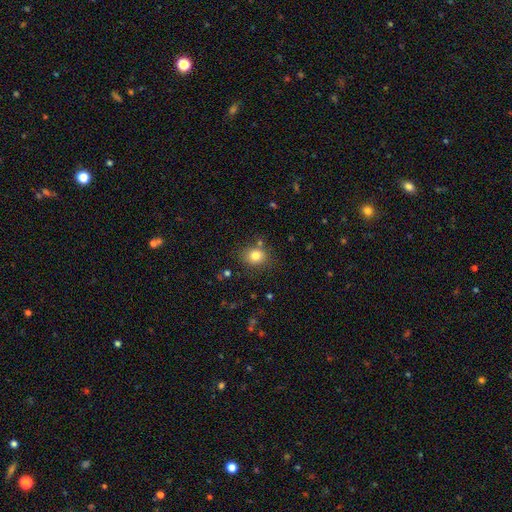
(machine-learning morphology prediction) This appears to be a smooth galaxy with no disk features (81%) that is round (67%). Merging: none (78%).